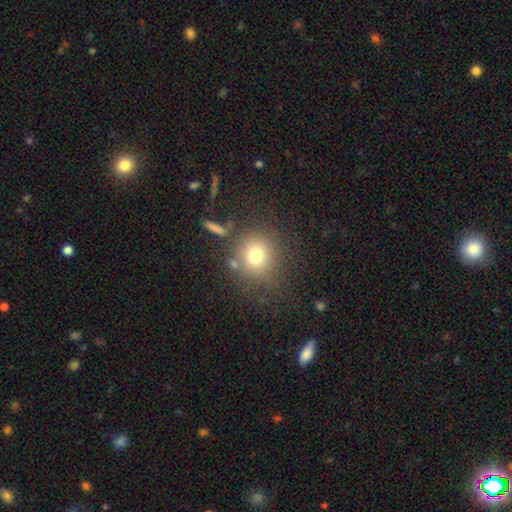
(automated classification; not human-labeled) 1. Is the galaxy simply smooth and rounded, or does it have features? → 75% smooth, 14% star or artifact, 11% featured or disk.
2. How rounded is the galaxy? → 87% round, 12% in between, 1% cigar-shaped.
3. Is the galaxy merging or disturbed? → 75% none, 11% minor disturbance, 7% merger, 6% major disturbance.